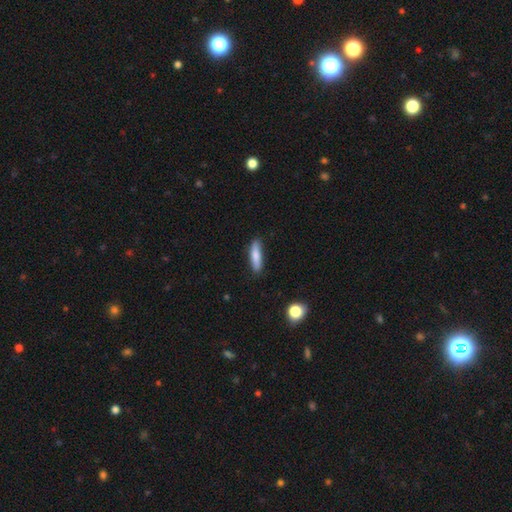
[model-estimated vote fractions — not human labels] Smooth or featured: smooth — 80% (featured or disk — 14%)
How rounded: cigar-shaped — 73% (in between — 26%)
Merging: none — 84% (minor disturbance — 12%)